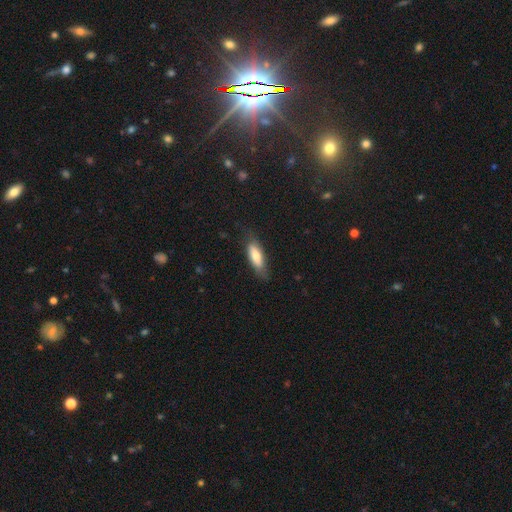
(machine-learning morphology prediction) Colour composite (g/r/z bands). It shows a smooth galaxy with no disk features (73%) that is in between round and cigar-shaped (59%). Merging: none (72%).